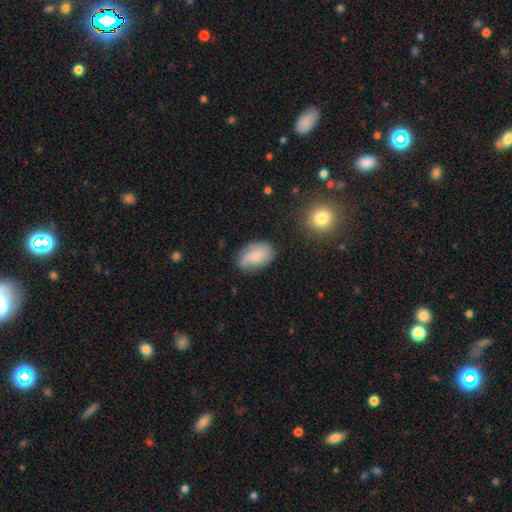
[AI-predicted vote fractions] The model was most divided on "smooth or featured": smooth: 51%, featured or disk: 41%, star or artifact: 9%. More confident: how rounded — in between (88%); merging — none (68%).